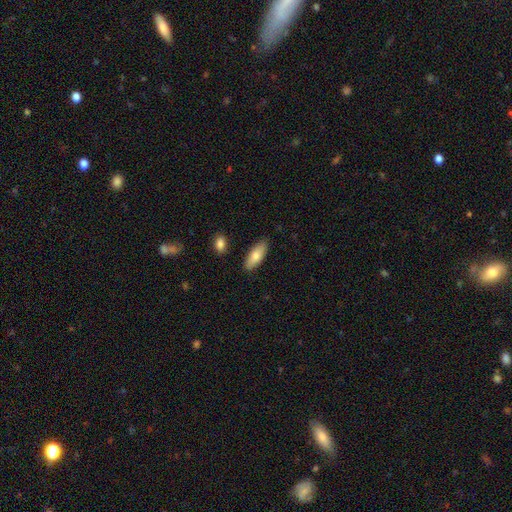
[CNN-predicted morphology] Smooth or featured? smooth (76%)
How rounded? in between (70%)
Merging? none (85%)